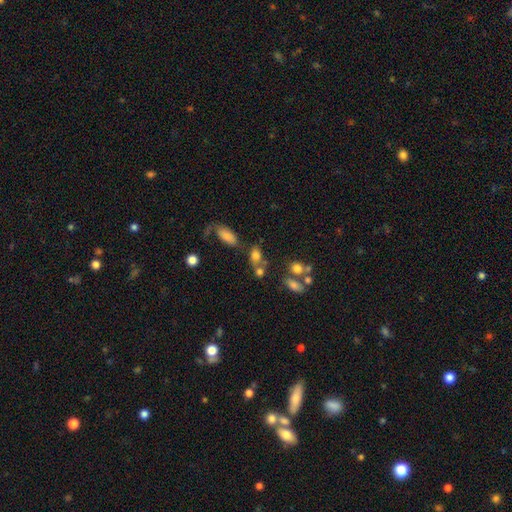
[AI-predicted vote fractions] Smooth or featured: smooth — 75% (star or artifact — 13%)
How rounded: in between — 71% (round — 25%)
Merging: none — 46% (merger — 31%)